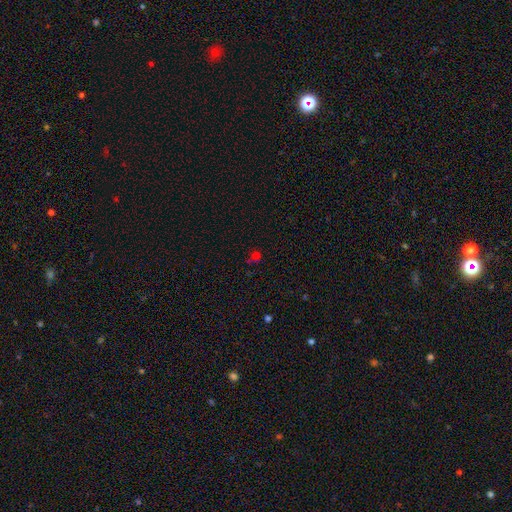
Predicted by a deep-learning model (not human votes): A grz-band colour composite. It shows a smooth galaxy with no disk features (49%). Merging: none (61%).